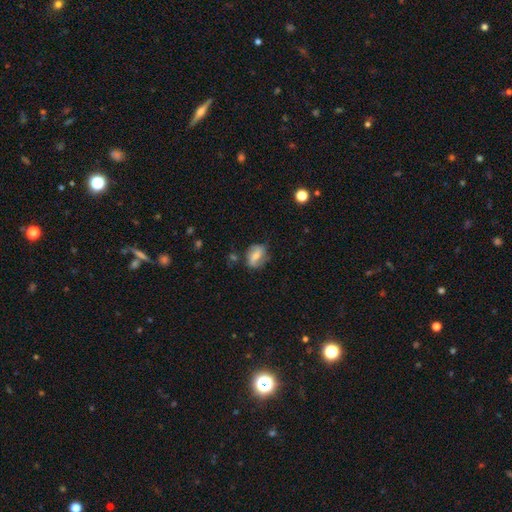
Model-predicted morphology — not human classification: smooth-or-featured: smooth: 50% | featured or disk: 42% | star or artifact: 8%
  how-rounded: in between: 71% | round: 25% | cigar-shaped: 4%
  merging: none: 66% | minor disturbance: 23% | major disturbance: 7% | merger: 3%